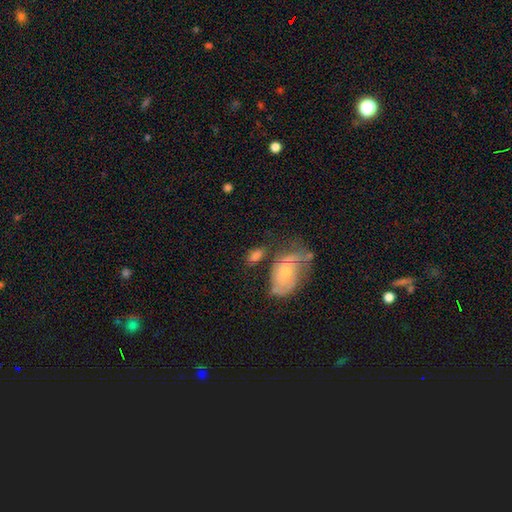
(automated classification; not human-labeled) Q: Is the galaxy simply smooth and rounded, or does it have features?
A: smooth — 67%.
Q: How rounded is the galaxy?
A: in between — 87%.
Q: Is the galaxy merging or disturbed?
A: none — 51%.